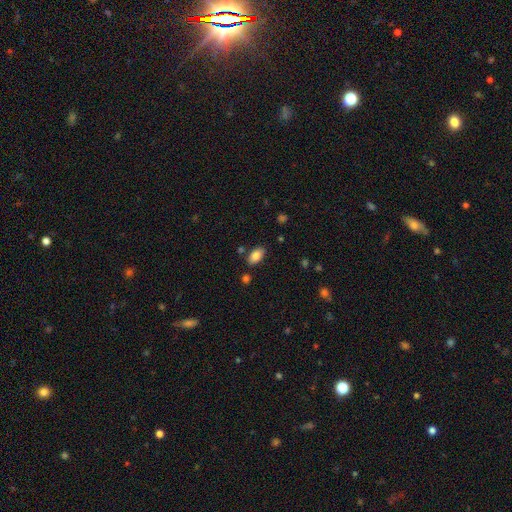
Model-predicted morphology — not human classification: A smooth galaxy with no disk features (85%) that is in between round and cigar-shaped (93%).

Vote fractions:
- Smooth or featured? smooth: 85% / star or artifact: 8% / featured or disk: 7%
- How rounded? in between: 93% / round: 4% / cigar-shaped: 3%
- Merging? none: 82% / minor disturbance: 11% / merger: 4% / major disturbance: 3%